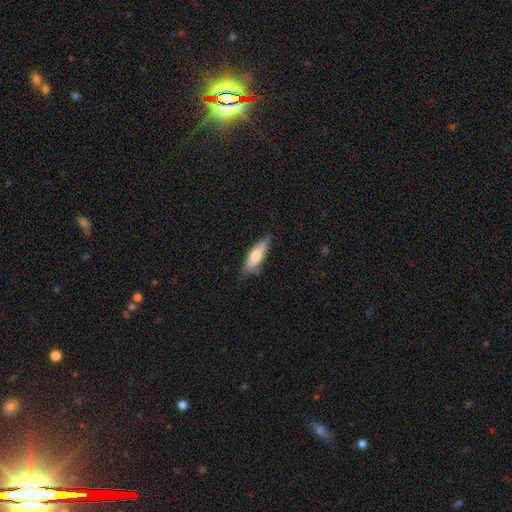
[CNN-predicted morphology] The model was most divided on "how rounded": cigar-shaped: 57%, in between: 42%, round: 2%. More confident: merging — none (74%); smooth or featured — smooth (70%).